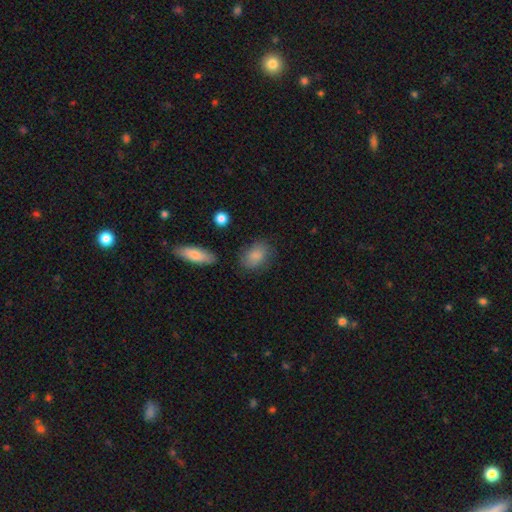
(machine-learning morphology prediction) The model was most divided on "merging": none: 73%, minor disturbance: 18%, major disturbance: 6%, merger: 3%. More confident: smooth or featured — smooth (82%); how rounded — in between (78%).